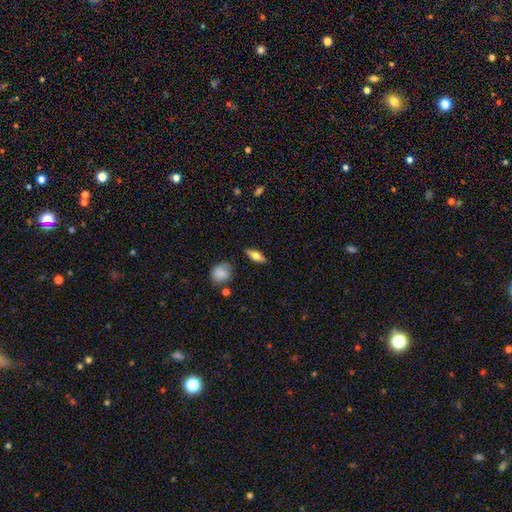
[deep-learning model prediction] A smooth galaxy with no disk features (52%) that is in between round and cigar-shaped (59%). Merging: none (83%).